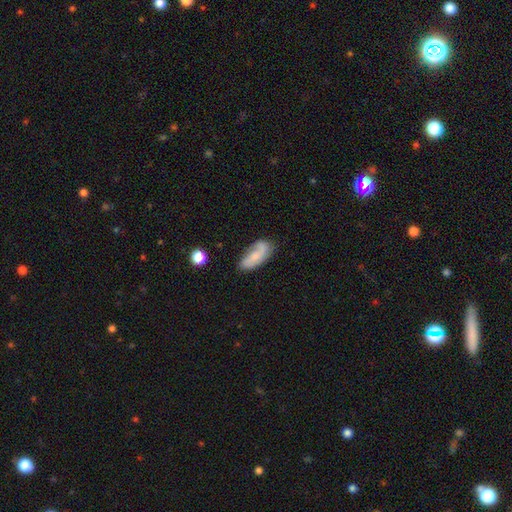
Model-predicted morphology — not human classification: Smooth or featured? smooth (55%)
How rounded? in between (85%)
Merging? none (56%)